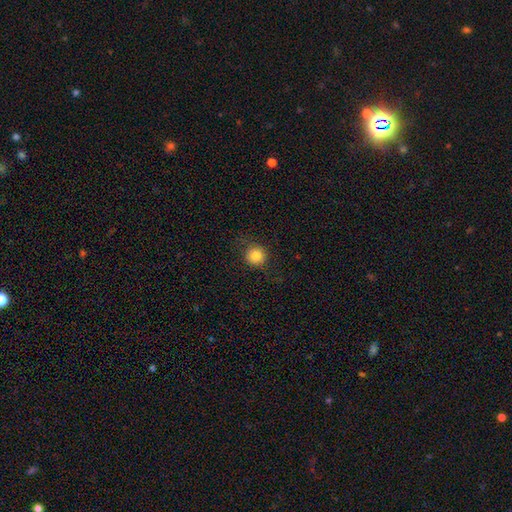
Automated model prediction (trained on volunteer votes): This is clearly a smooth galaxy (82%). How rounded: clearly round (93%). Merging: clearly none (83%).